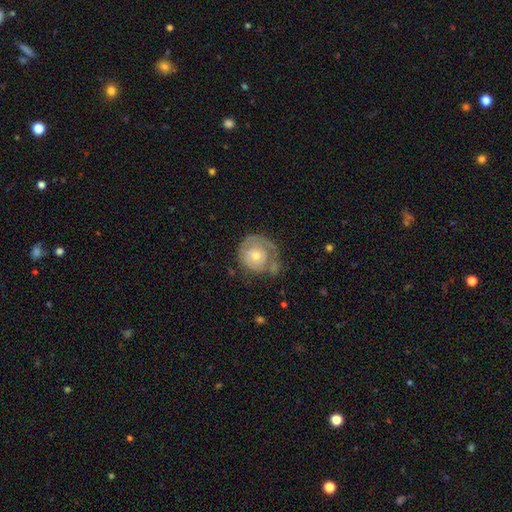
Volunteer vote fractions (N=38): Overall: featured or disk (79%). Edge-on disk: no (100%). Bar: no (80%). Spiral arms: yes (83%). Spiral arm count: can't tell (44%; 2 32%). Spiral winding: tight (84%). Bulge size: moderate (53%; small 40%). Merging: none (62%).